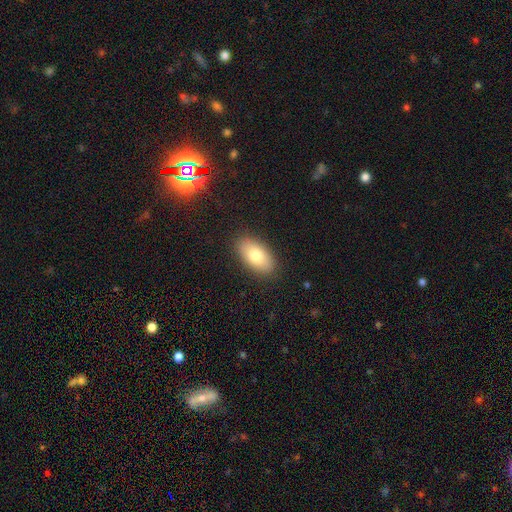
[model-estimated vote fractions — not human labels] smooth 78%, featured or disk 15%, star or artifact 7%. Down the decision tree: how rounded — in between (93%); merging — none (87%).